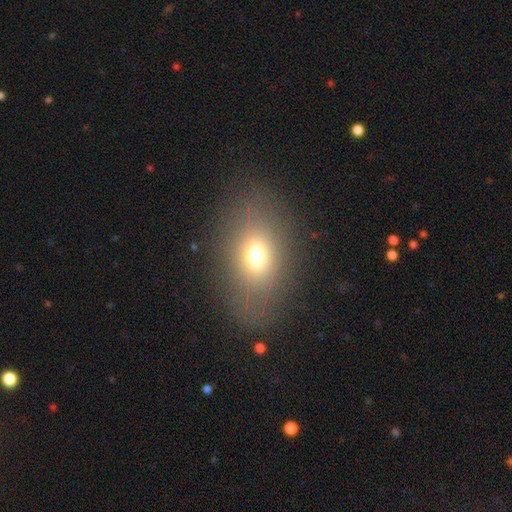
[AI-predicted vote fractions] smooth-or-featured: smooth: 67% | featured or disk: 17% | star or artifact: 16%
  how-rounded: in between: 72% | round: 25% | cigar-shaped: 2%
  merging: none: 77% | minor disturbance: 13% | major disturbance: 9% | merger: 2%